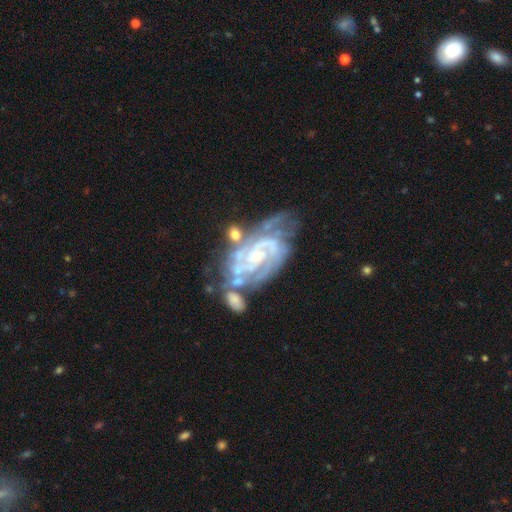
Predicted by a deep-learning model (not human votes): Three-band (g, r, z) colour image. It shows a featured or disk galaxy (89%) with no bar (57%), 2 (47%) tight (59%) spiral arms (97%) and a small central bulge (66%). Merging: none (40%).